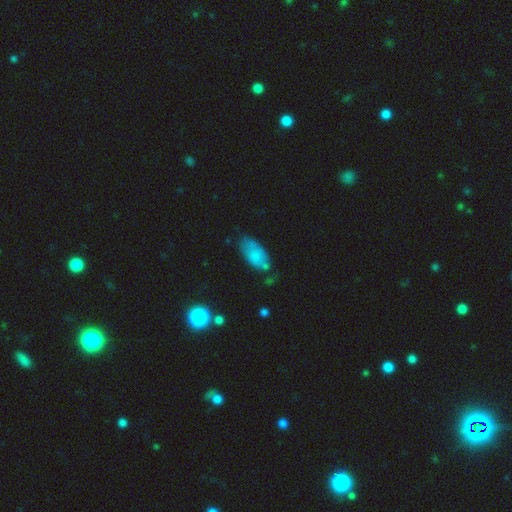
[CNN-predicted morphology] Smooth or featured: smooth — 72% (featured or disk — 19%)
How rounded: in between — 91% (cigar-shaped — 6%)
Merging: none — 55% (minor disturbance — 29%)